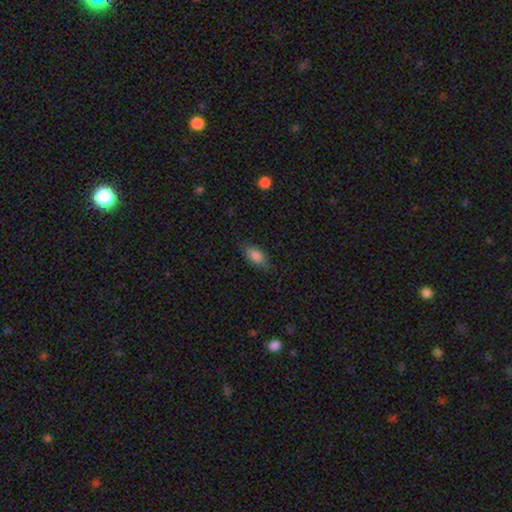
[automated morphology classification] smooth 84%, star or artifact 8%, featured or disk 8%. Down the decision tree: how rounded — in between (88%); merging — none (78%).